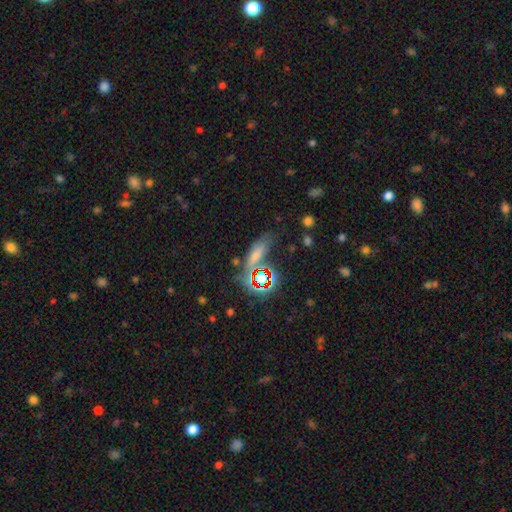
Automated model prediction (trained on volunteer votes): This appears to be a star or artifact, not a galaxy (43%).